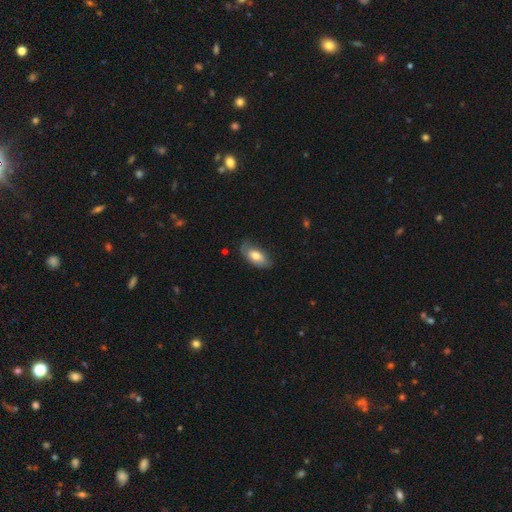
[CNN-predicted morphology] A smooth galaxy with no disk features (70%) that is in between round and cigar-shaped (92%).

Vote fractions:
- Smooth or featured? smooth: 70% / featured or disk: 24% / star or artifact: 6%
- How rounded? in between: 92% / cigar-shaped: 5% / round: 4%
- Merging? none: 67% / minor disturbance: 26% / major disturbance: 6% / merger: 1%